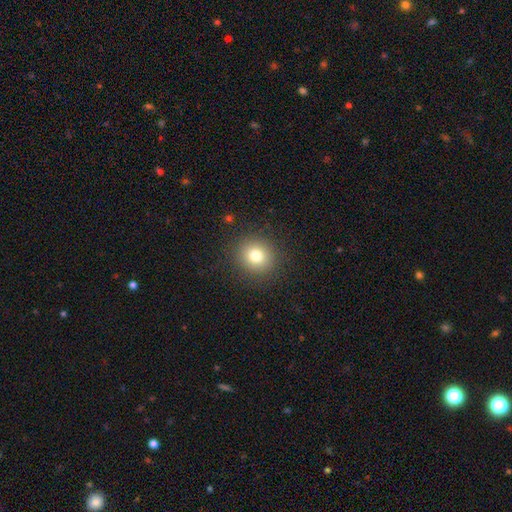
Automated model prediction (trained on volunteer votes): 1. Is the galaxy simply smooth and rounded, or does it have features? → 78% smooth, 13% star or artifact, 9% featured or disk.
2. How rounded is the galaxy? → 88% round, 11% in between, 1% cigar-shaped.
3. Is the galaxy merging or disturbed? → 89% none, 7% minor disturbance, 3% major disturbance, 1% merger.